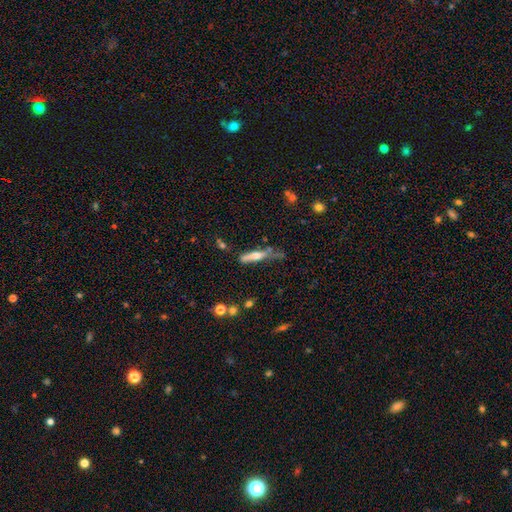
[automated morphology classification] Smooth or featured?
  - smooth: 50% *
  - featured or disk: 43%
  - star or artifact: 7%
Merging?
  - none: 46% *
  - minor disturbance: 29%
  - major disturbance: 14%
  - merger: 11%